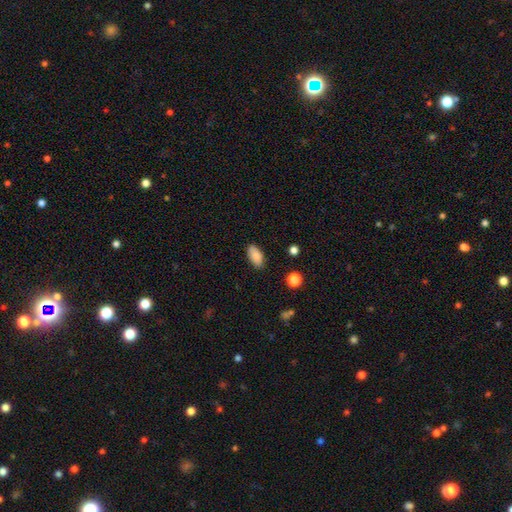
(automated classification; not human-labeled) Morphology: type=smooth (86%); roundness=in between (91%); merging=none (85%).